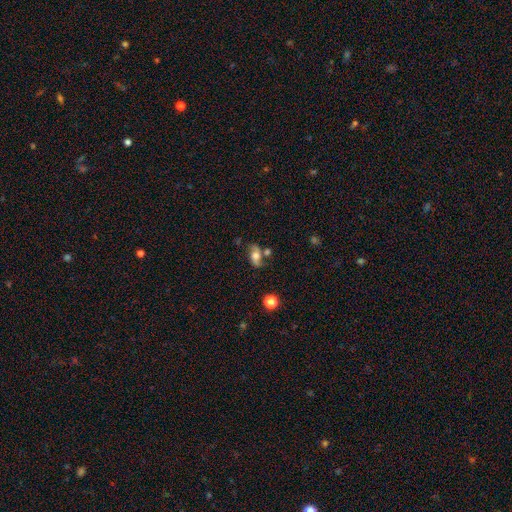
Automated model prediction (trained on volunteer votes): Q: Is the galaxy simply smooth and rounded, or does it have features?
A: featured or disk — 48%.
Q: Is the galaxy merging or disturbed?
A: none — 56%.